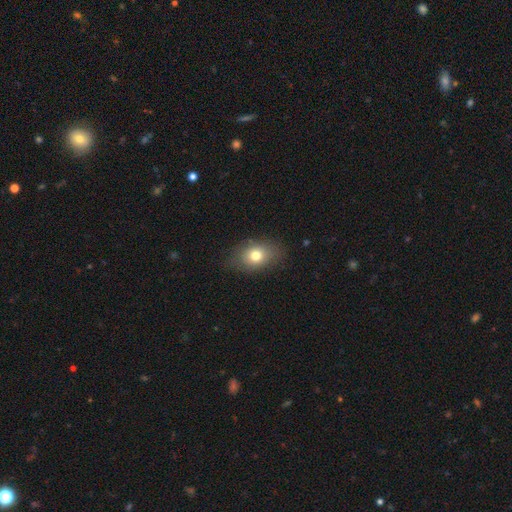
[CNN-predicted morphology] This is likely a smooth galaxy (75%). How rounded: likely in between (74%). Merging: likely none (79%).